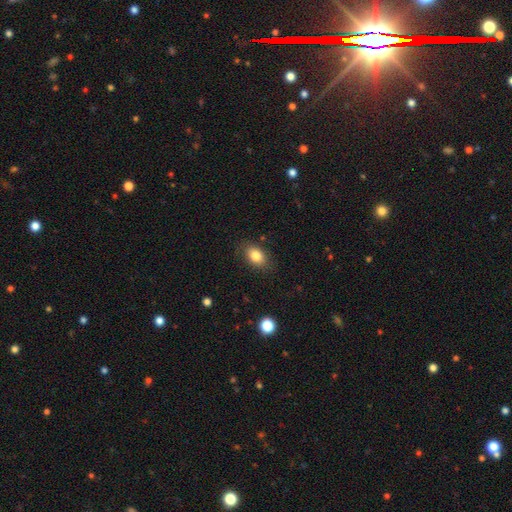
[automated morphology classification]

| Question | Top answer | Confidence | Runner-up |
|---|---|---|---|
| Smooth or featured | smooth | 83% | star or artifact (8%) |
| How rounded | in between | 81% | round (18%) |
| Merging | none | 82% | minor disturbance (13%) |